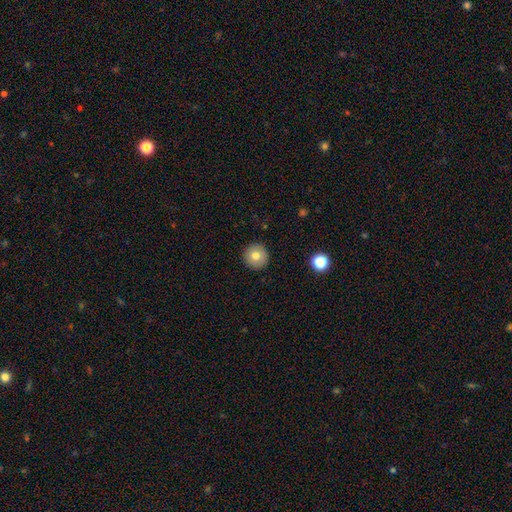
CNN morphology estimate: A smooth galaxy with no disk features (78%) that is round (95%).

Vote fractions:
- Smooth or featured? smooth: 78% / featured or disk: 13% / star or artifact: 9%
- How rounded? round: 95% / in between: 4% / cigar-shaped: 1%
- Merging? none: 92% / minor disturbance: 6% / major disturbance: 2% / merger: 1%